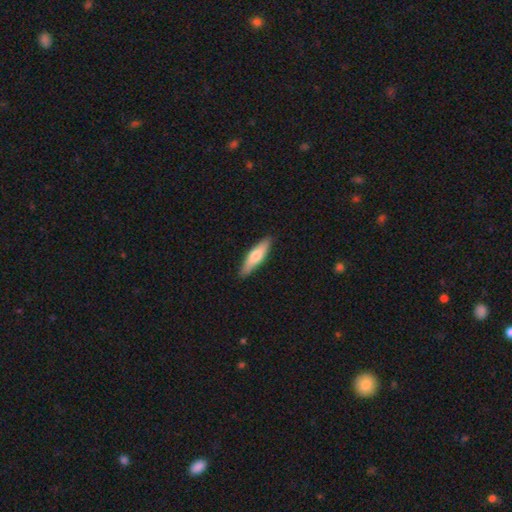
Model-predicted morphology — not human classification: Smooth or featured? smooth (66%)
How rounded? cigar-shaped (69%)
Merging? none (88%)